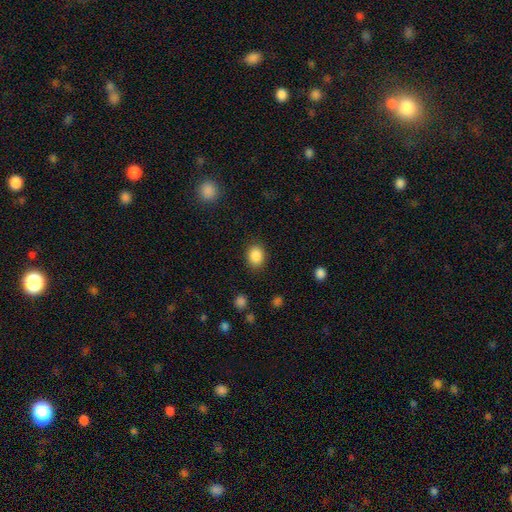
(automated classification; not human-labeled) Smooth or featured: smooth — 87% (star or artifact — 9%)
How rounded: in between — 55% (round — 44%)
Merging: none — 85% (minor disturbance — 10%)